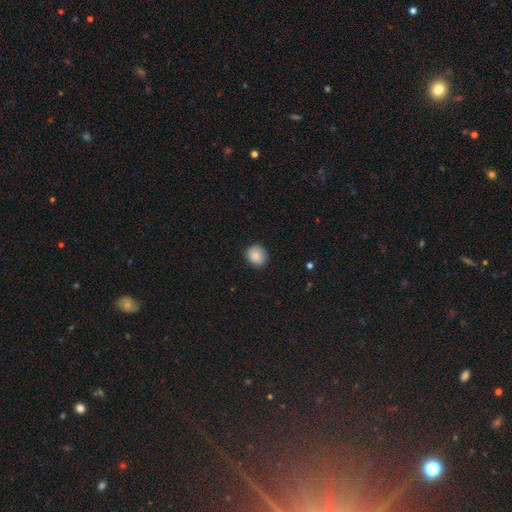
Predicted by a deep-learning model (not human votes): smooth 87%, star or artifact 8%, featured or disk 5%. Down the decision tree: how rounded — round (75%); merging — none (84%).